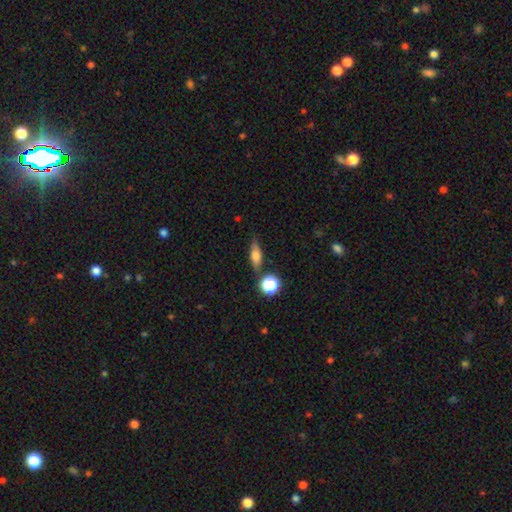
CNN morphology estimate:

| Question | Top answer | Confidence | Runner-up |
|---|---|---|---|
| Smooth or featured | smooth | 57% | featured or disk (32%) |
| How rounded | in between | 48% | cigar-shaped (39%) |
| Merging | none | 77% | minor disturbance (13%) |